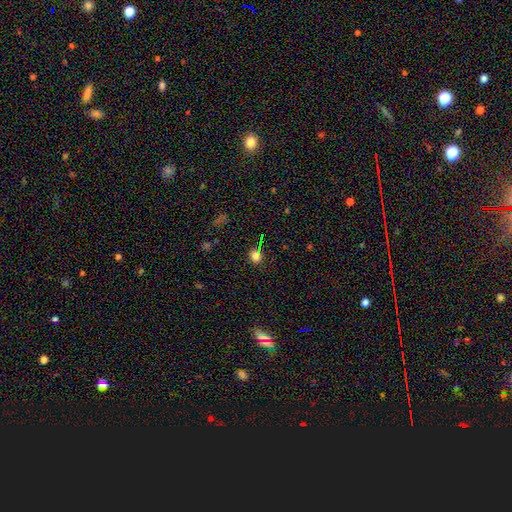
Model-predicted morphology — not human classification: Smooth or featured? Predicted: smooth (p=0.72). How rounded? Predicted: round (p=0.72). Merging? Predicted: none (p=0.83).